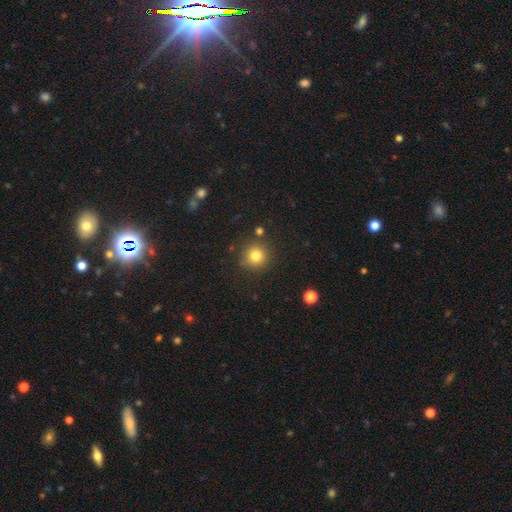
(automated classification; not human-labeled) smooth_or_featured: smooth (p=0.80) [alt: star or artifact p=0.13]
how_rounded: round (p=0.94) [alt: in between p=0.05]
merging: none (p=0.86) [alt: minor disturbance p=0.07]